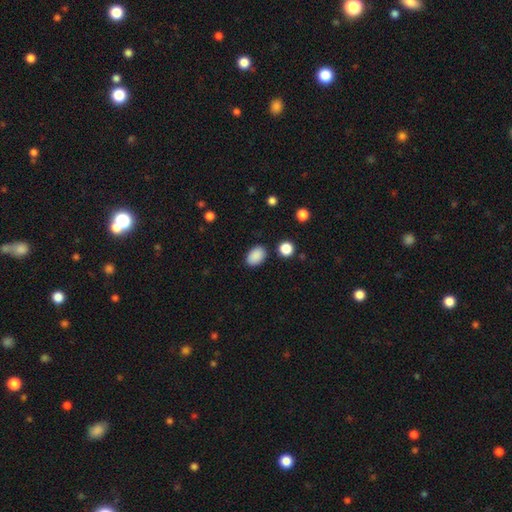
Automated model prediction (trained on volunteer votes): Morphology: type=smooth (89%); roundness=in between (85%); merging=none (86%).